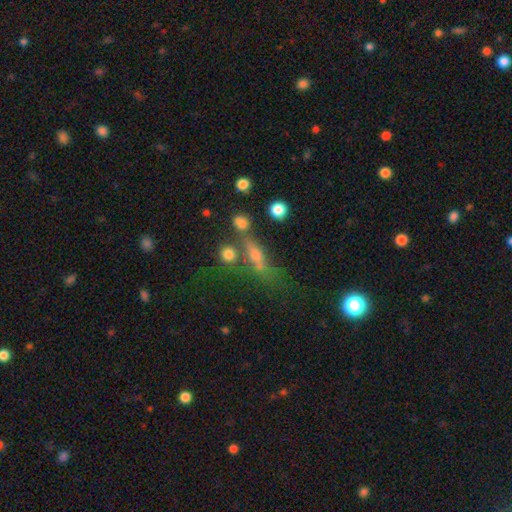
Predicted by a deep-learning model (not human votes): Smooth or featured?
  - smooth: 52% *
  - featured or disk: 29%
  - star or artifact: 19%
How rounded?
  - cigar-shaped: 52% *
  - in between: 34%
  - round: 14%
Merging?
  - none: 49% *
  - merger: 19%
  - minor disturbance: 18%
  - major disturbance: 14%